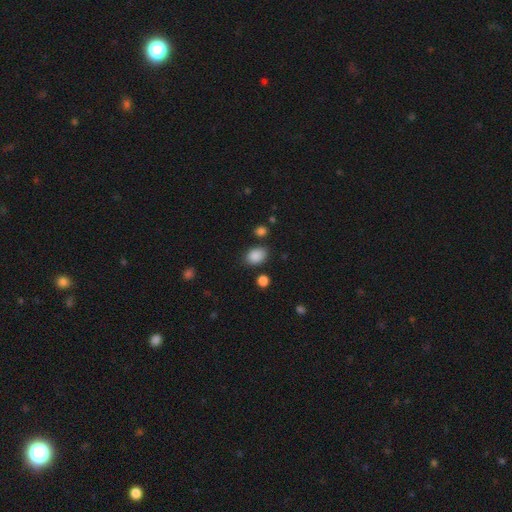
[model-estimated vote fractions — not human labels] Smooth or featured? Predicted: smooth (p=0.86). How rounded? Predicted: in between (p=0.72). Merging? Predicted: none (p=0.76).